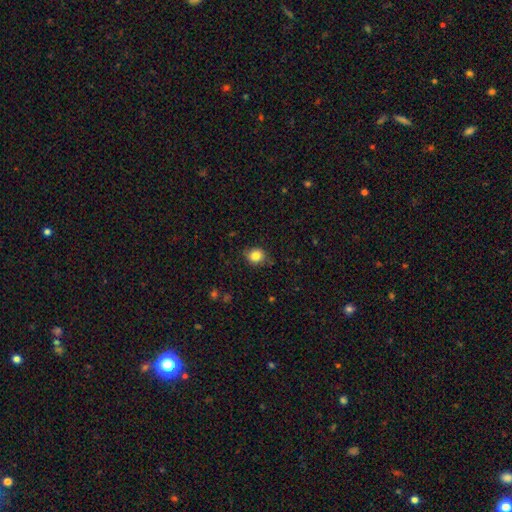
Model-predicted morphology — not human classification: smooth 84%, star or artifact 10%, featured or disk 6%. Down the decision tree: how rounded — round (75%); merging — none (80%).